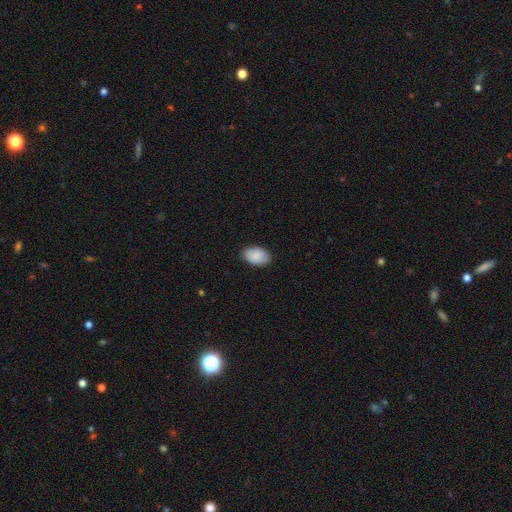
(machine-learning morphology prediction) Overall: smooth (87%). How rounded: in between (90%). Merging: none (85%).